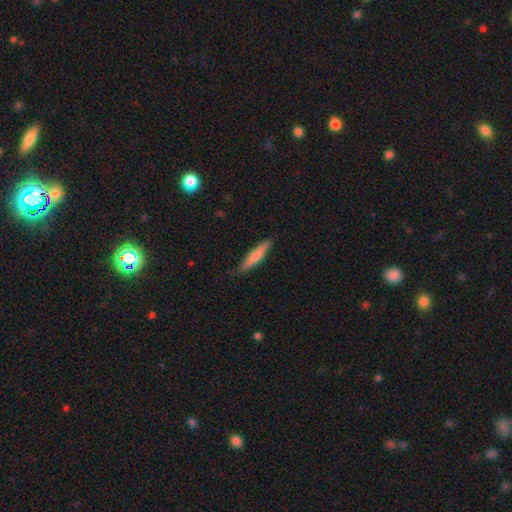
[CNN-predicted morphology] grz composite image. It shows a smooth galaxy with no disk features (72%) that is cigar-shaped (89%). Merging: none (85%).